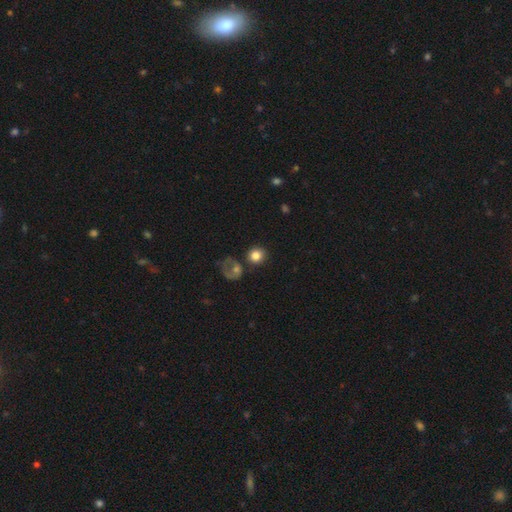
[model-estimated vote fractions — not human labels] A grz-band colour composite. It shows a smooth galaxy with no disk features (81%) that is round (86%). Merging: none (70%).